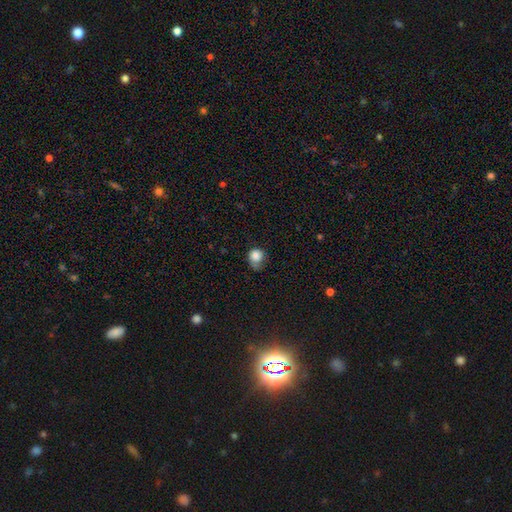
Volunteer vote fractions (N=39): Smooth or featured?
  - smooth: 92% *
  - star or artifact: 5%
  - featured or disk: 3%
How rounded?
  - round: 69% *
  - in between: 31%
  - cigar-shaped: 0%
Merging?
  - minor disturbance: 43% *
  - major disturbance: 30%
  - none: 27%
  - merger: 0%